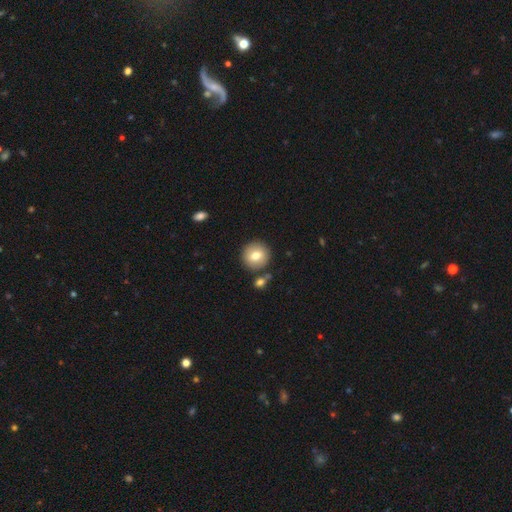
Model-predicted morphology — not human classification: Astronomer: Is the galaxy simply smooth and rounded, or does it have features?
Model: smooth — 76%.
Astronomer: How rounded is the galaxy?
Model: round — 93%.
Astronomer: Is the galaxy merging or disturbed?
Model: none — 83%.